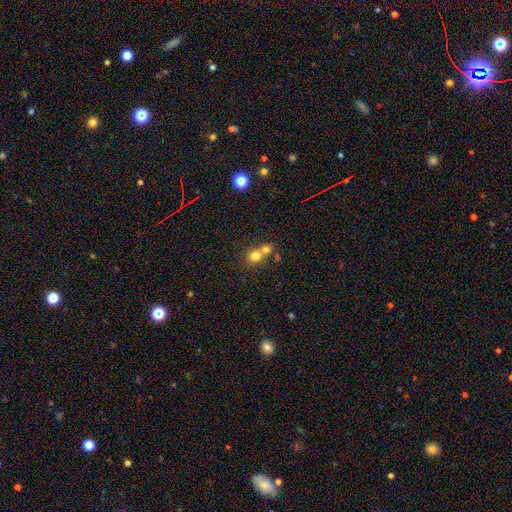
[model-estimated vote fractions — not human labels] Morphology: type=smooth (77%); roundness=round (78%); merging=merger (55%).